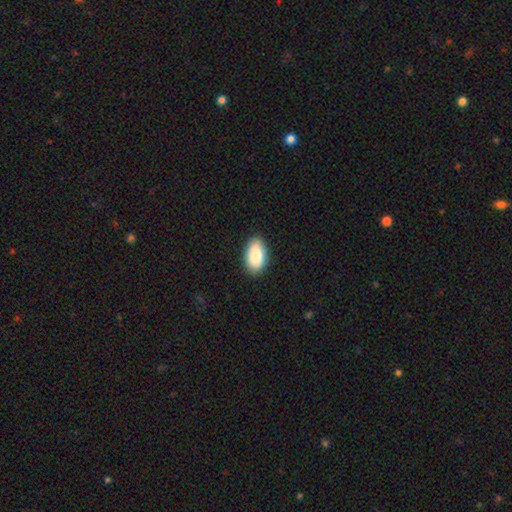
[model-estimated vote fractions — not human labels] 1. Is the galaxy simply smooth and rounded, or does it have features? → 88% smooth, 6% star or artifact, 5% featured or disk.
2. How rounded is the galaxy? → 94% in between, 4% round, 2% cigar-shaped.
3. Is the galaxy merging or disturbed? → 87% none, 10% minor disturbance, 2% major disturbance, 1% merger.